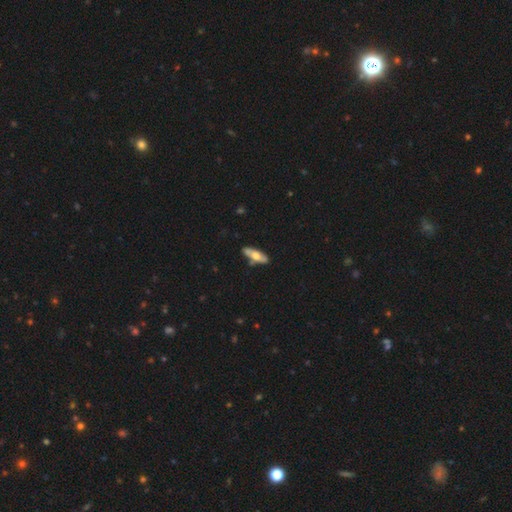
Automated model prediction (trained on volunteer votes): The model was most divided on "smooth or featured": smooth: 53%, featured or disk: 42%, star or artifact: 5%. More confident: merging — none (79%); how rounded — in between (57%).